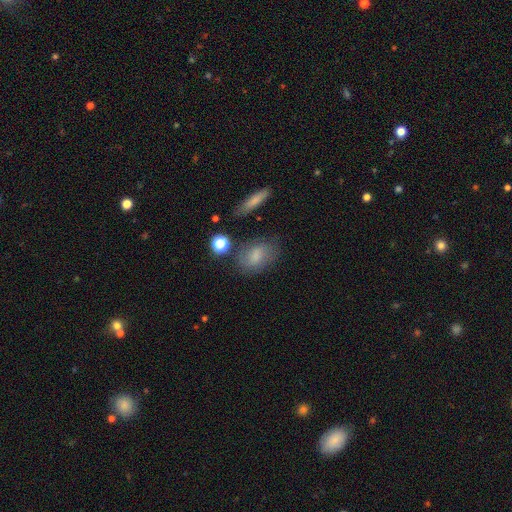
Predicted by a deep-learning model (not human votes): Smooth or featured? smooth (69%)
How rounded? in between (78%)
Merging? none (67%)